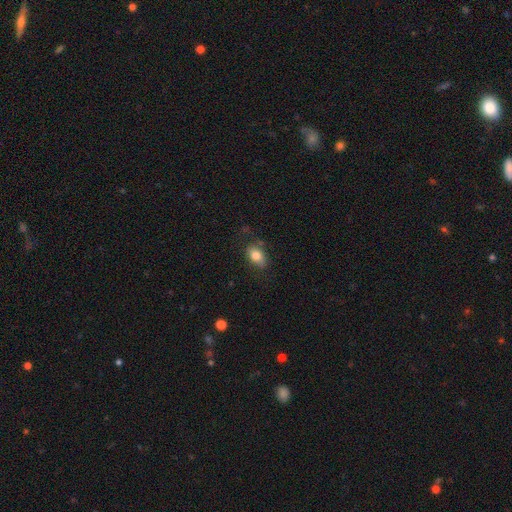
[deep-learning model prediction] smooth 81%, featured or disk 11%, star or artifact 8%. Down the decision tree: how rounded — in between (85%); merging — none (71%).